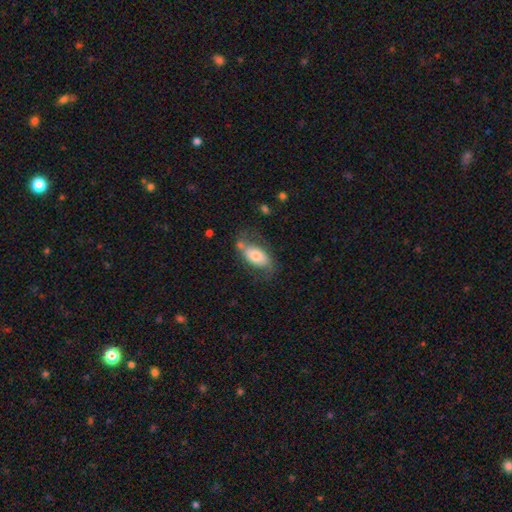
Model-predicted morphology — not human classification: This is likely a smooth galaxy (61%). How rounded: clearly in between (90%). Merging: possibly none (53%).